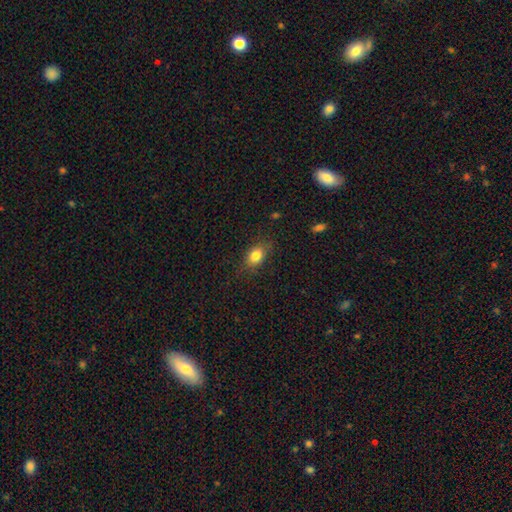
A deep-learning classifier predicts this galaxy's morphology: This is clearly a smooth galaxy (82%). How rounded: likely in between (75%). Merging: likely none (79%).